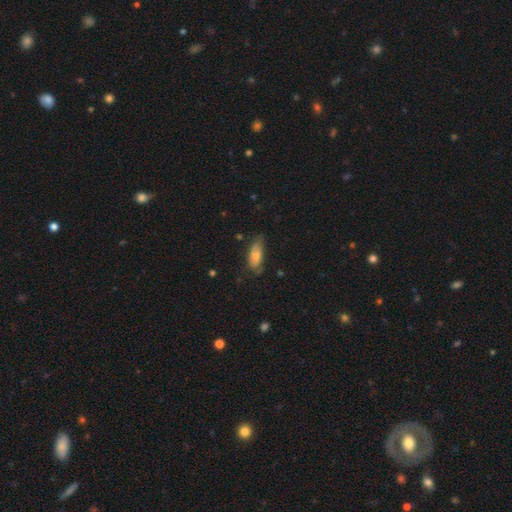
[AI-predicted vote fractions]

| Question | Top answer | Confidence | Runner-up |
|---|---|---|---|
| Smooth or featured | smooth | 75% | featured or disk (18%) |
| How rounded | in between | 78% | cigar-shaped (20%) |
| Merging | none | 61% | minor disturbance (29%) |